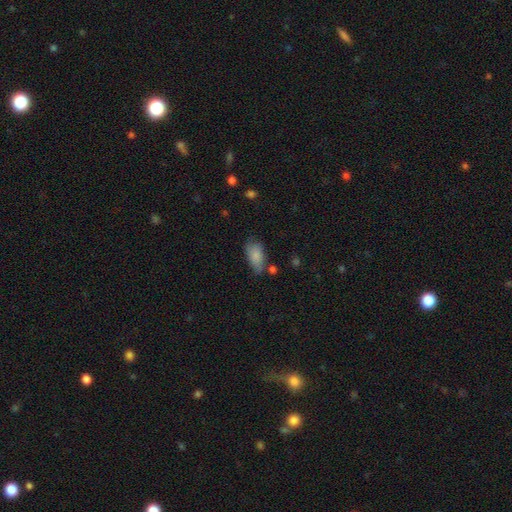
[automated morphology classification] A smooth galaxy with no disk features (83%) that is in between round and cigar-shaped (90%).

Vote fractions:
- Smooth or featured? smooth: 83% / featured or disk: 10% / star or artifact: 8%
- How rounded? in between: 90% / cigar-shaped: 6% / round: 4%
- Merging? none: 49% / minor disturbance: 34% / major disturbance: 11% / merger: 7%